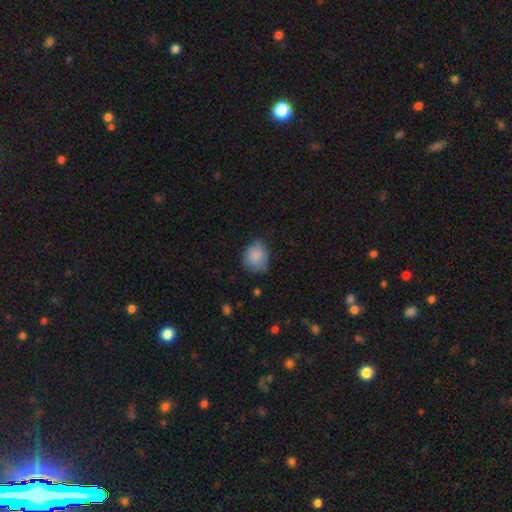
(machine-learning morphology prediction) smooth-or-featured: smooth: 84% | featured or disk: 9% | star or artifact: 8%
  how-rounded: round: 57% | in between: 42% | cigar-shaped: 1%
  merging: none: 67% | minor disturbance: 26% | major disturbance: 6% | merger: 2%